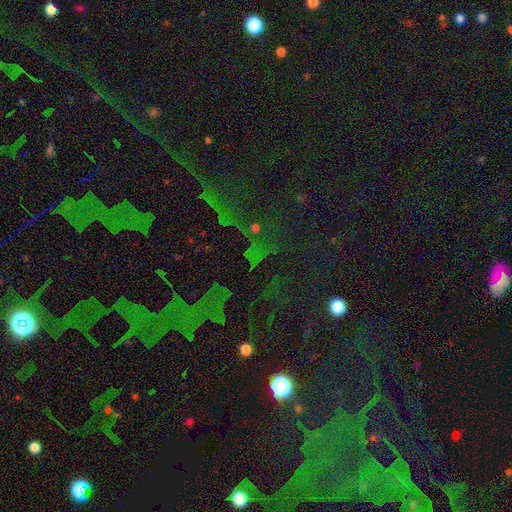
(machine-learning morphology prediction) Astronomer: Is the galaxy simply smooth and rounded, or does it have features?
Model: star or artifact — 70%.